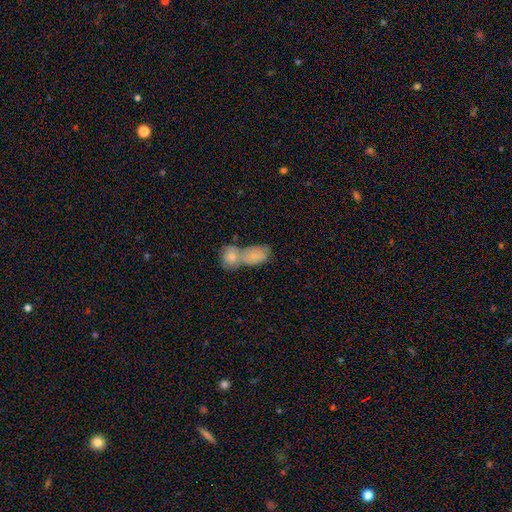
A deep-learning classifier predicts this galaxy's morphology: Smooth or featured?
  - smooth: 77% *
  - featured or disk: 16%
  - star or artifact: 7%
How rounded?
  - in between: 86% *
  - round: 11%
  - cigar-shaped: 3%
Merging?
  - merger: 73% *
  - none: 16%
  - minor disturbance: 7%
  - major disturbance: 4%